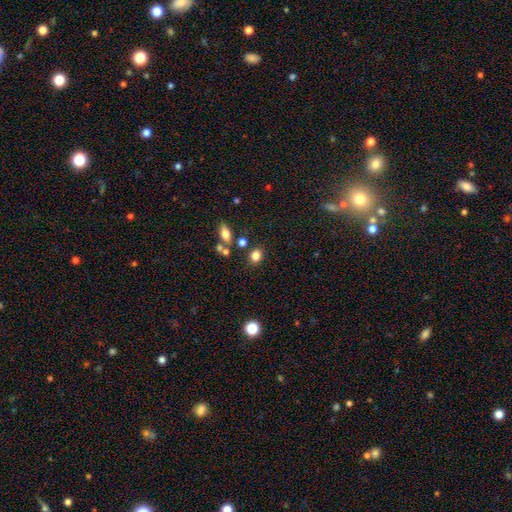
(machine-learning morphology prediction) This is clearly a smooth galaxy (82%). How rounded: possibly round (60%). Merging: likely none (78%).